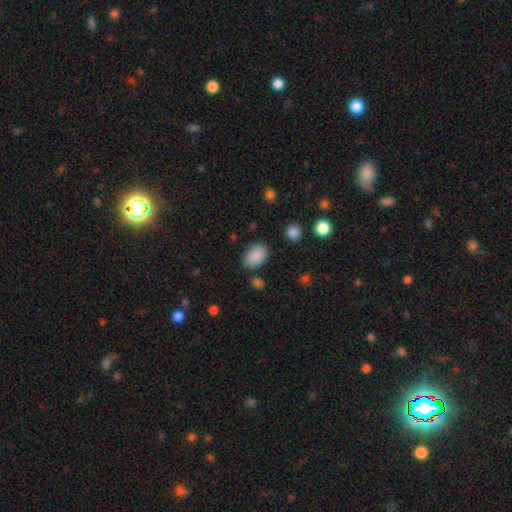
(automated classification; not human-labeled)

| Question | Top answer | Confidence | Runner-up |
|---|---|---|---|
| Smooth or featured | smooth | 88% | star or artifact (8%) |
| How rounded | in between | 84% | round (15%) |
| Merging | none | 79% | minor disturbance (14%) |